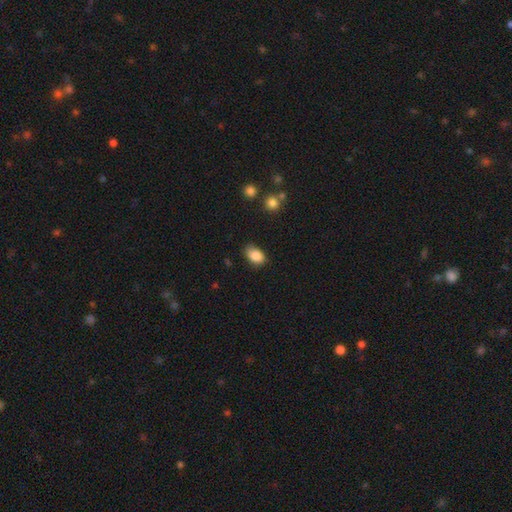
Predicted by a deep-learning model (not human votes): Overall: smooth (87%). How rounded: in between (86%). Merging: none (70%).